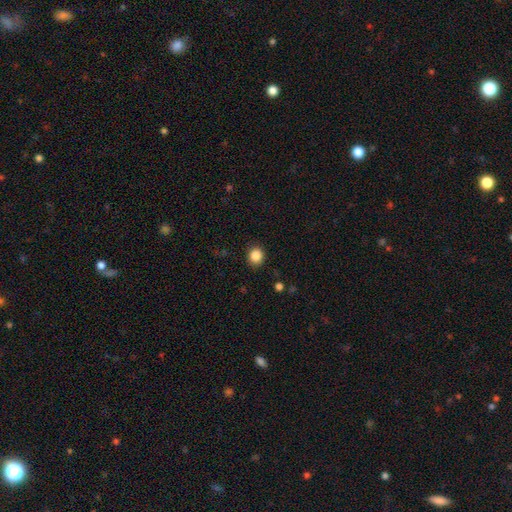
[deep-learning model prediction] This appears to be a smooth galaxy with no disk features (86%) that is round (84%). Merging: none (90%).